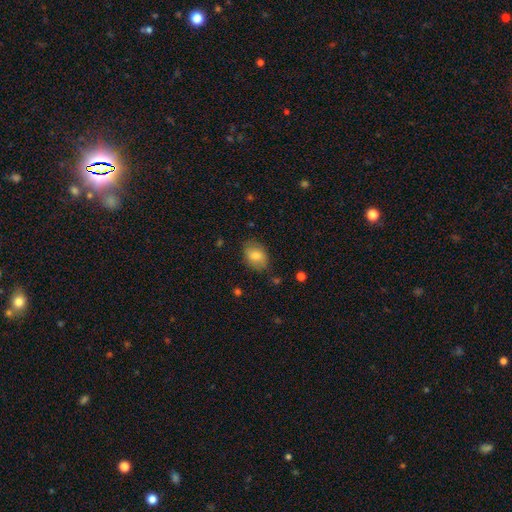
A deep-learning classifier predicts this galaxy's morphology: Q: Smooth or featured?
A: smooth (80%); runner-up: featured or disk (13%)
Q: How rounded?
A: in between (78%); runner-up: round (21%)
Q: Merging?
A: none (78%); runner-up: minor disturbance (17%)